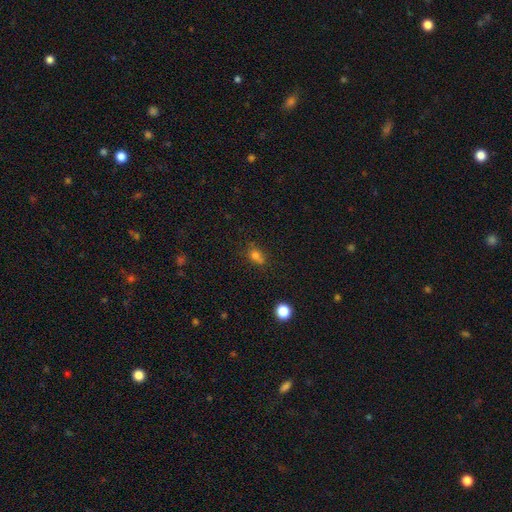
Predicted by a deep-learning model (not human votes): Smooth or featured?
  - smooth: 72% *
  - star or artifact: 18%
  - featured or disk: 10%
How rounded?
  - in between: 48% * (tied)
  - round: 48% * (tied)
  - cigar-shaped: 3%
Merging?
  - none: 57% *
  - minor disturbance: 21%
  - merger: 14%
  - major disturbance: 8%